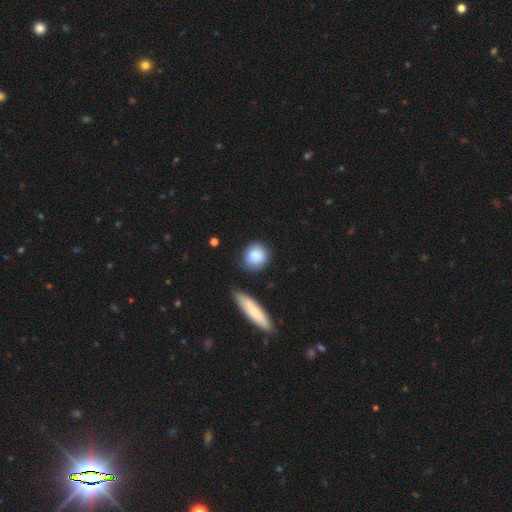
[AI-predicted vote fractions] A smooth galaxy with no disk features (87%) that is round (81%).

Vote fractions:
- Smooth or featured? smooth: 87% / featured or disk: 7% / star or artifact: 6%
- How rounded? round: 81% / in between: 17% / cigar-shaped: 2%
- Merging? none: 75% / minor disturbance: 16% / merger: 5% / major disturbance: 4%